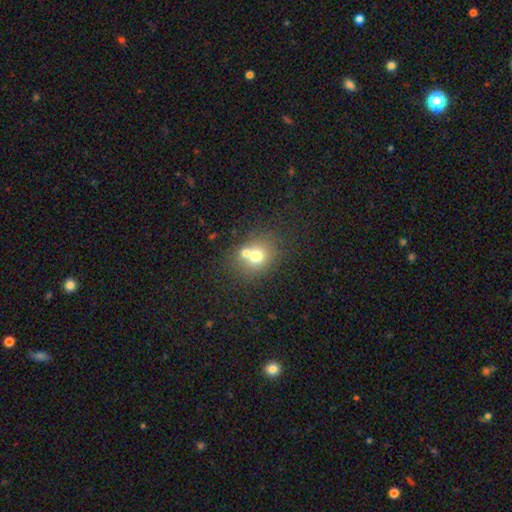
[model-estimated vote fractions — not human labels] A smooth galaxy with no disk features (67%) that is round (70%).

Vote fractions:
- Smooth or featured? smooth: 67% / featured or disk: 20% / star or artifact: 13%
- How rounded? round: 70% / in between: 29% / cigar-shaped: 1%
- Merging? merger: 47% / none: 41% / minor disturbance: 8% / major disturbance: 4%